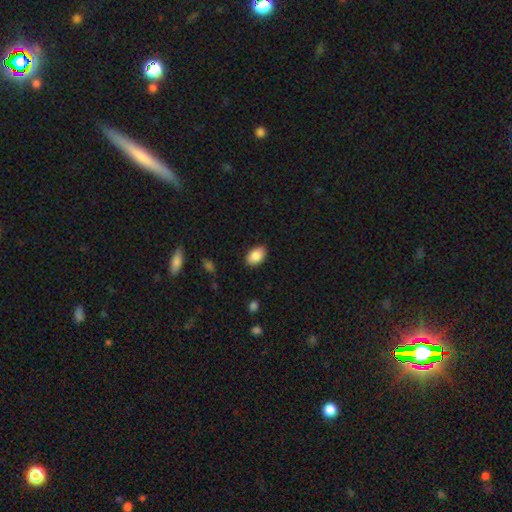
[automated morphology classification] A smooth galaxy with no disk features (88%) that is in between round and cigar-shaped (89%). Merging: none (86%).